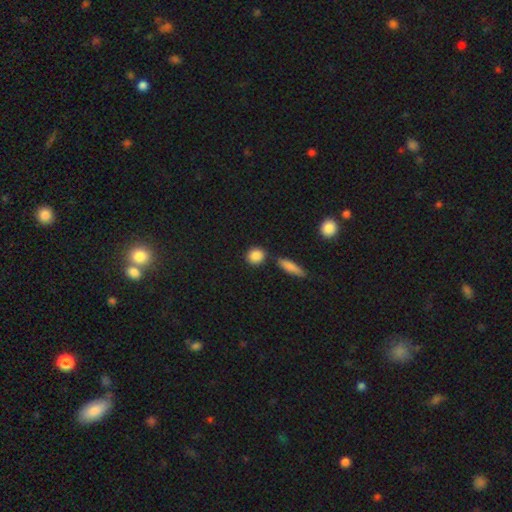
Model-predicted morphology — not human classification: smooth 87%, star or artifact 8%, featured or disk 5%. Down the decision tree: how rounded — round (73%); merging — none (79%).